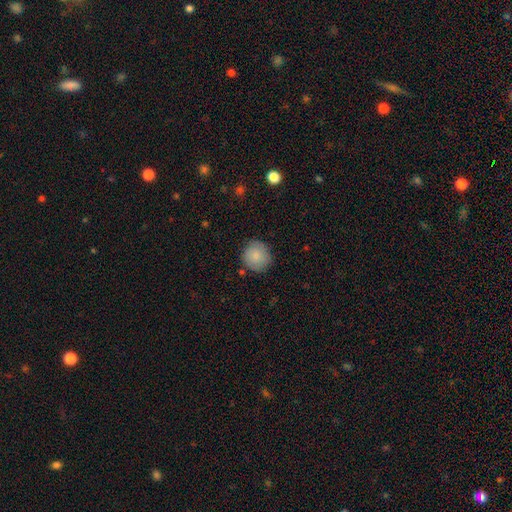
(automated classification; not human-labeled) This appears to be a smooth galaxy with no disk features (86%) that is round (92%). Merging: none (84%).